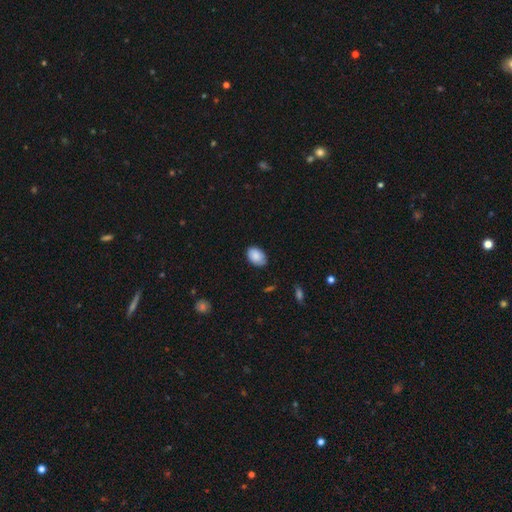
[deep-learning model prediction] Smooth or featured?
  - smooth: 87% *
  - star or artifact: 7%
  - featured or disk: 6%
How rounded?
  - in between: 87% *
  - round: 12%
  - cigar-shaped: 1%
Merging?
  - none: 81% *
  - minor disturbance: 16%
  - major disturbance: 2%
  - merger: 1%